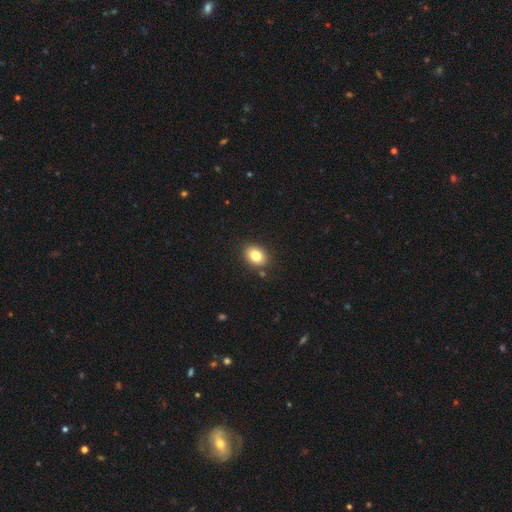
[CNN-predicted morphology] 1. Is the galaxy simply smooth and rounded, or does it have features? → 81% smooth, 10% star or artifact, 9% featured or disk.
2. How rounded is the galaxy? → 62% in between, 37% round, 1% cigar-shaped.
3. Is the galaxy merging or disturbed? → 86% none, 9% minor disturbance, 3% merger, 2% major disturbance.